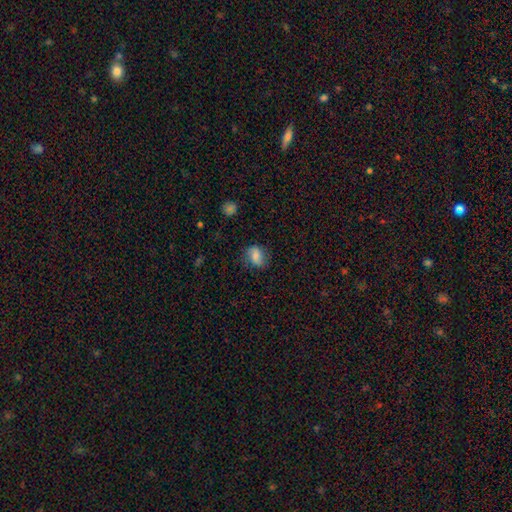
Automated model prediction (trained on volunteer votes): This is likely a smooth galaxy (72%). How rounded: possibly in between (57%). Merging: likely none (76%).